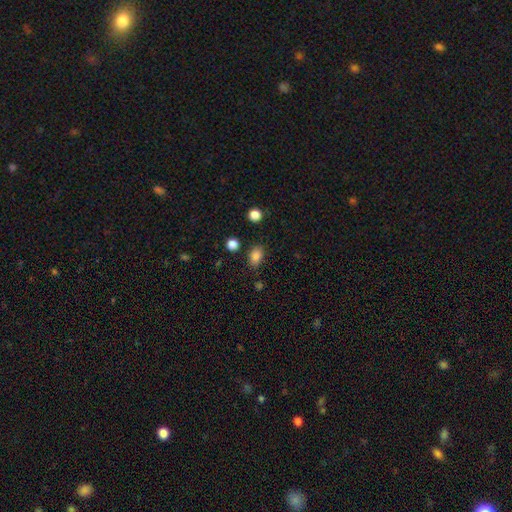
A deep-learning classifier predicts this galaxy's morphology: smooth 84%, star or artifact 11%, featured or disk 5%. Down the decision tree: how rounded — in between (75%); merging — none (81%).